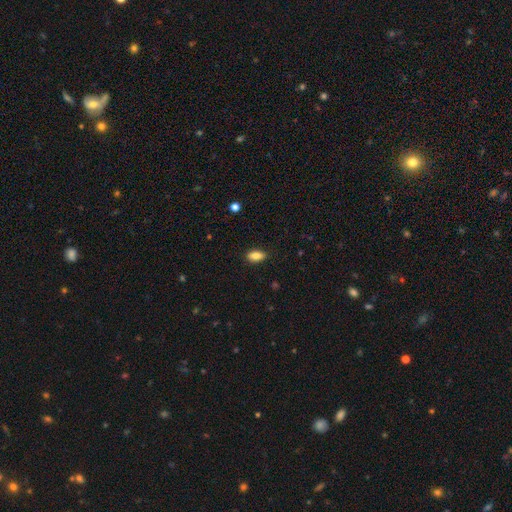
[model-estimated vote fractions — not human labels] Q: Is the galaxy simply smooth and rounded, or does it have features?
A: smooth — 85%.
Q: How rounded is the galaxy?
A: in between — 86%.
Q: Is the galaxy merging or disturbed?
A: none — 87%.